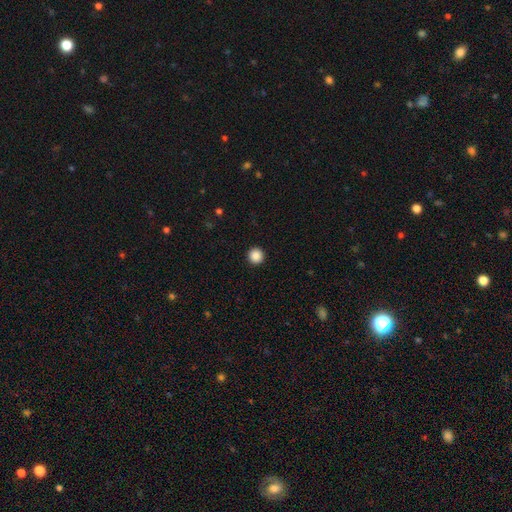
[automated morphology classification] Smooth or featured? Predicted: smooth (p=0.88). How rounded? Predicted: round (p=0.97). Merging? Predicted: none (p=0.94).